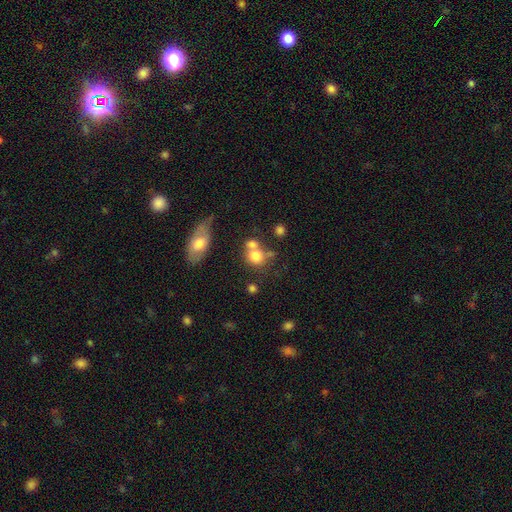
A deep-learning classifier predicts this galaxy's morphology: Smooth or featured? smooth (76%)
How rounded? round (66%)
Merging? merger (43%)